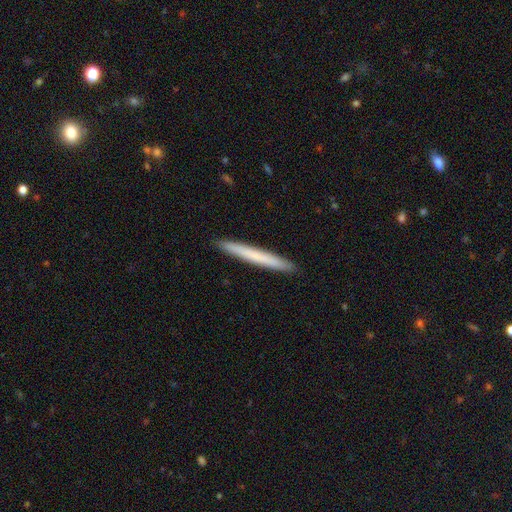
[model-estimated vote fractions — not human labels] This appears to be a smooth galaxy with no disk features (66%) that is cigar-shaped (97%). Merging: none (93%).